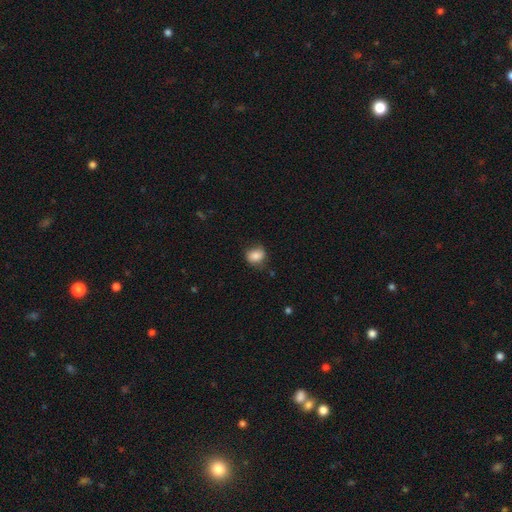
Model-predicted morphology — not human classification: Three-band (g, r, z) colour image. It shows a smooth galaxy with no disk features (81%) that is round (50%). Merging: none (71%).